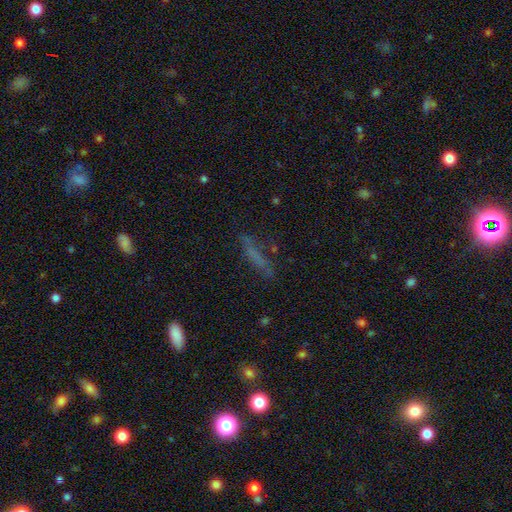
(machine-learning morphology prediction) A smooth galaxy with no disk features (55%) that is cigar-shaped (82%). Merging: none (74%).